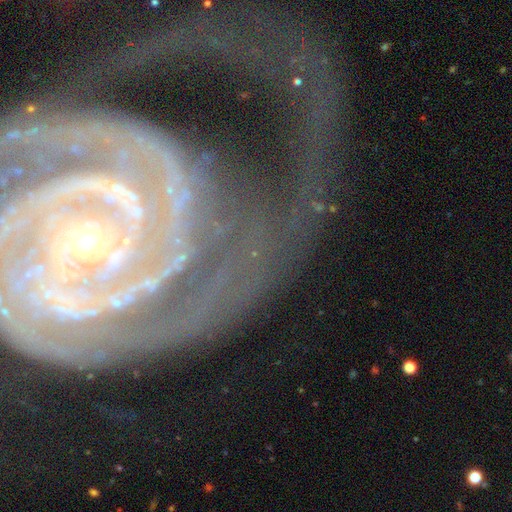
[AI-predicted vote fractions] A featured or disk galaxy (88%) with no bar (50%), 2 (41%) tight (71%) spiral arms (97%) and a small central bulge (79%). Merging: none (50%).